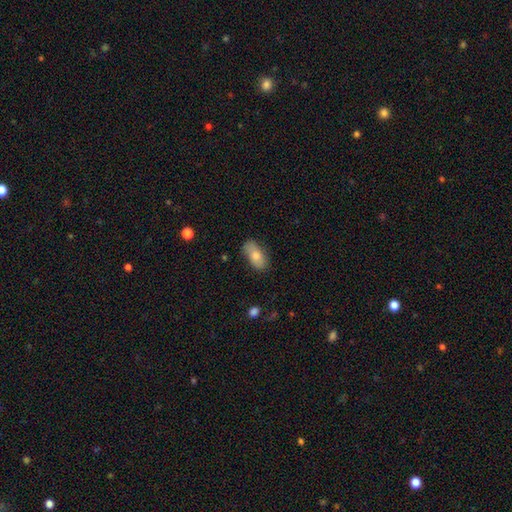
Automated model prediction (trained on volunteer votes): smooth-or-featured: smooth: 77% | featured or disk: 16% | star or artifact: 7%
  how-rounded: in between: 91% | cigar-shaped: 5% | round: 4%
  merging: none: 75% | minor disturbance: 19% | major disturbance: 4% | merger: 2%